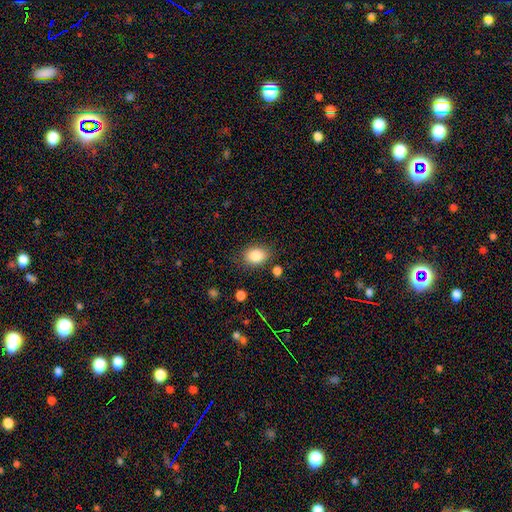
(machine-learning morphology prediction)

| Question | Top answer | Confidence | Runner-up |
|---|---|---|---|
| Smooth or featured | smooth | 85% | star or artifact (9%) |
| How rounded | in between | 66% | round (33%) |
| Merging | none | 78% | minor disturbance (15%) |